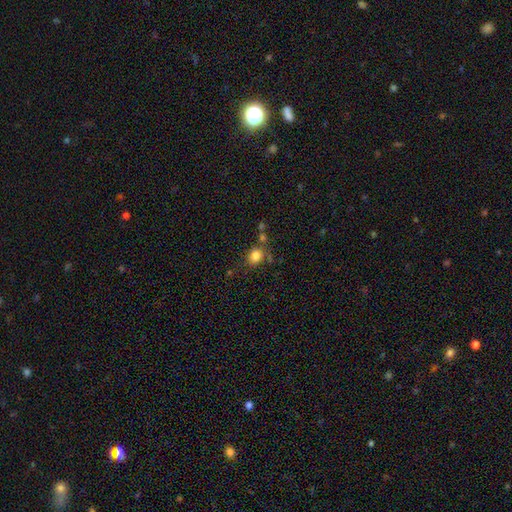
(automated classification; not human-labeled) smooth_or_featured: smooth (p=0.82) [alt: star or artifact p=0.11]
how_rounded: round (p=0.65) [alt: in between p=0.34]
merging: none (p=0.67) [alt: minor disturbance p=0.15]